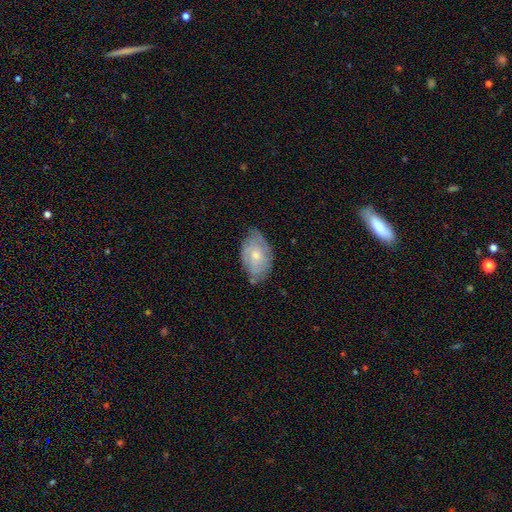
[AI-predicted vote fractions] Smooth or featured? featured or disk (48%)
Merging? none (59%)